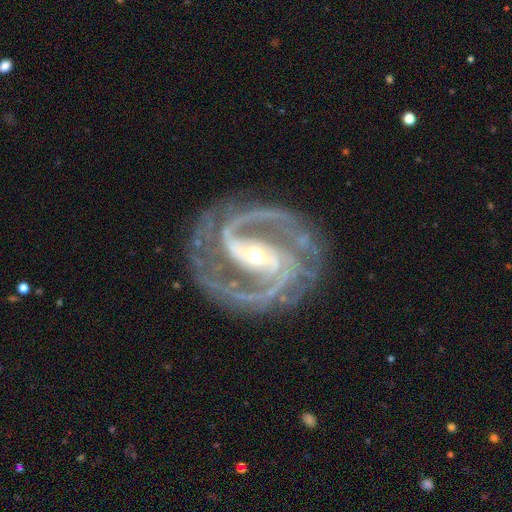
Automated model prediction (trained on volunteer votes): This is clearly a featured or disk galaxy (94%). It is clearly not viewed edge-on (98%). Bar: possibly strong (52%). Spiral arm pattern: clearly yes (99%). Spiral arm count: likely 2 (72%). Spiral winding: possibly medium (50%). Central bulge: possibly moderate (48%). Merging: likely none (78%).